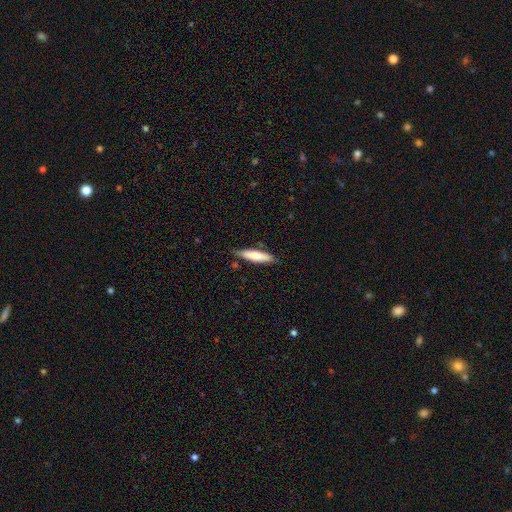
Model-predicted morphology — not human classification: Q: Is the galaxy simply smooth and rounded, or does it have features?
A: smooth — 74%.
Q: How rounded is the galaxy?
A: cigar-shaped — 74%.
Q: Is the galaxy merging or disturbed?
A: none — 80%.